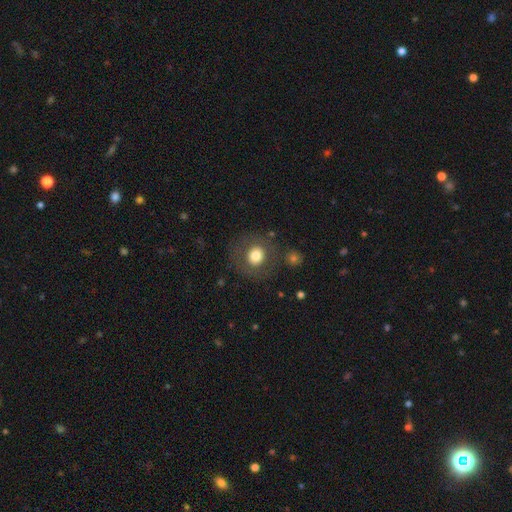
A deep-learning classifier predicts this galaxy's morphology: smooth-or-featured: smooth: 72% | featured or disk: 18% | star or artifact: 10%
  how-rounded: round: 86% | in between: 13% | cigar-shaped: 1%
  merging: none: 79% | minor disturbance: 11% | major disturbance: 7% | merger: 3%